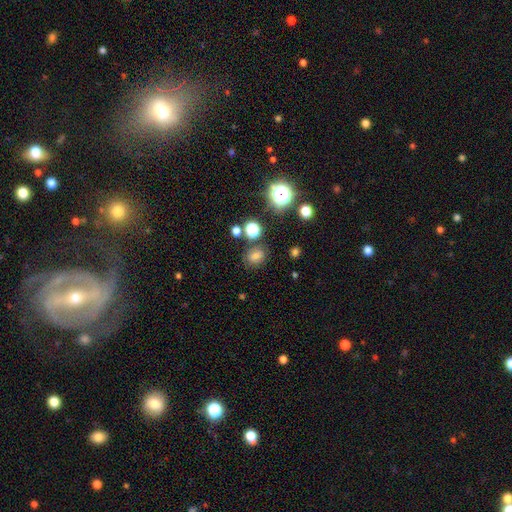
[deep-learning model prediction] A smooth galaxy with no disk features (68%) that is round (53%). Merging: none (76%).